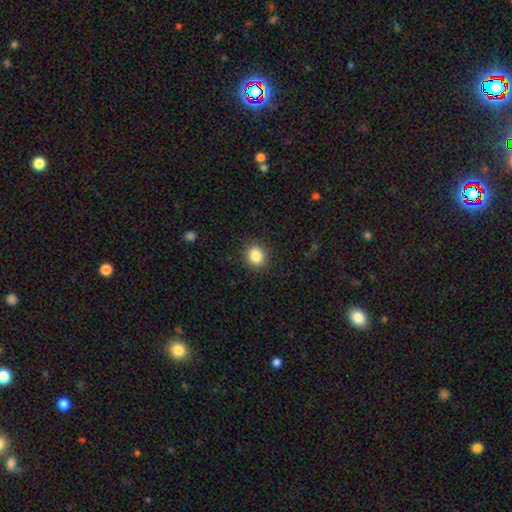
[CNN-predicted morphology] This appears to be a smooth galaxy with no disk features (85%) that is round (71%). Merging: none (89%).